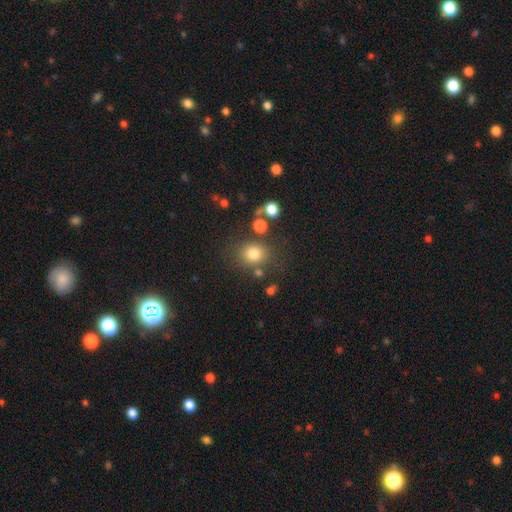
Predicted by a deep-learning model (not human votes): Morphology: type=smooth (73%); roundness=round (75%); merging=none (77%).